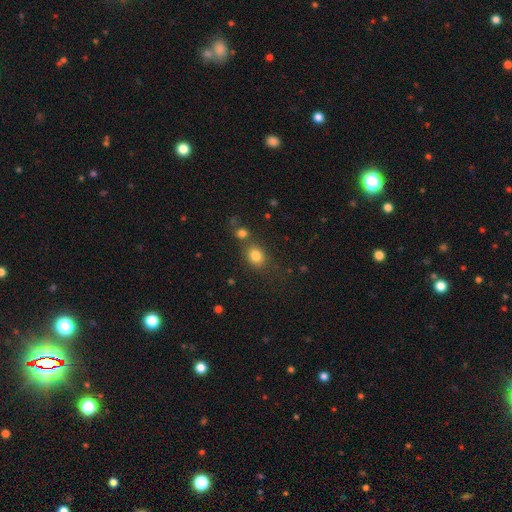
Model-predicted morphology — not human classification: Smooth or featured: smooth — 81% (star or artifact — 12%)
How rounded: round — 57% (in between — 41%)
Merging: none — 61% (merger — 22%)